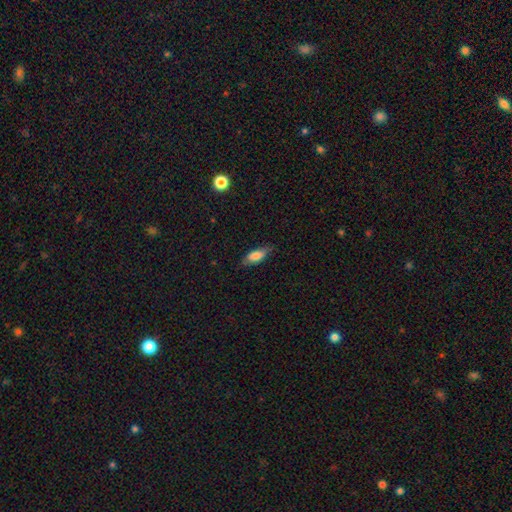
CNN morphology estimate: A smooth galaxy with no disk features (75%) that is in between round and cigar-shaped (75%).

Vote fractions:
- Smooth or featured? smooth: 75% / featured or disk: 17% / star or artifact: 7%
- How rounded? in between: 75% / cigar-shaped: 23% / round: 3%
- Merging? none: 72% / minor disturbance: 23% / major disturbance: 5% / merger: 1%